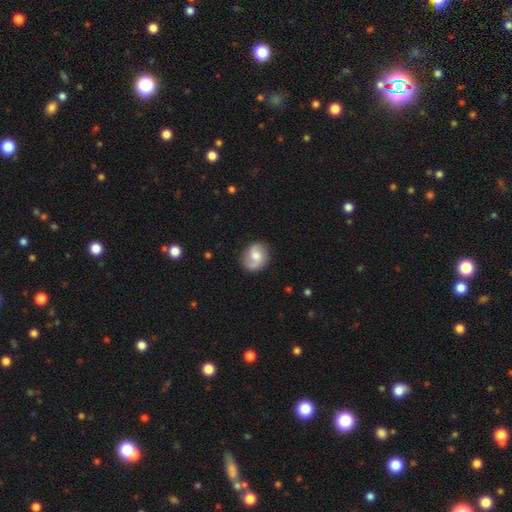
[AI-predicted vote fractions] smooth-or-featured: featured or disk: 49% | smooth: 44% | star or artifact: 7%
  merging: none: 78% | minor disturbance: 16% | major disturbance: 5% | merger: 1%